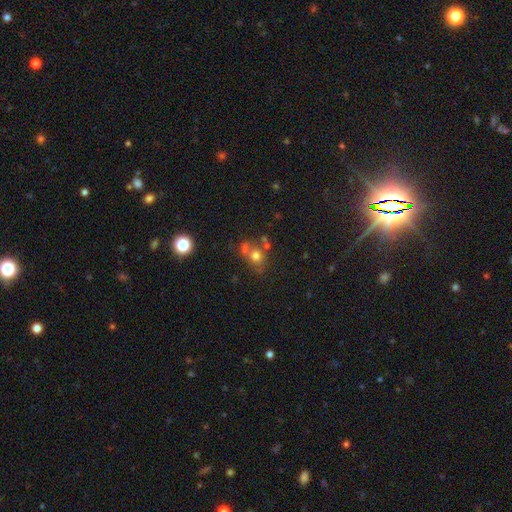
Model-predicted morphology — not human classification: A smooth galaxy with no disk features (65%) that is round (65%). Merging: none (46%).